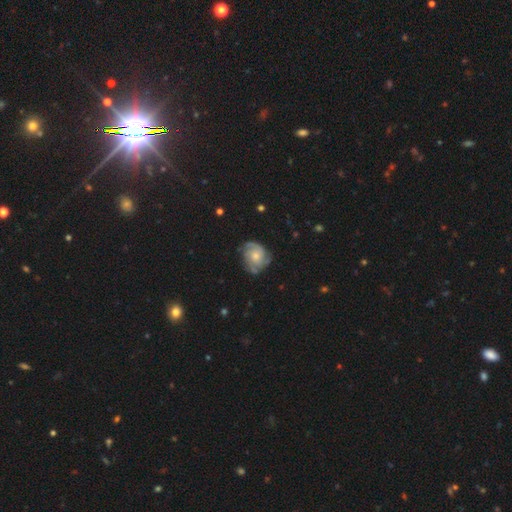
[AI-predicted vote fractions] Smooth or featured: featured or disk — 73% (smooth — 20%)
Edge-on disk: no — 98% (yes — 2%)
Bar: no — 78% (weak — 19%)
Spiral arms: yes — 93% (no — 7%)
Spiral winding: tight — 51% (medium — 37%)
Spiral arm count: 3 — 31% (can't tell — 25%)
Bulge size: moderate — 53% (small — 36%)
Merging: none — 70% (minor disturbance — 21%)